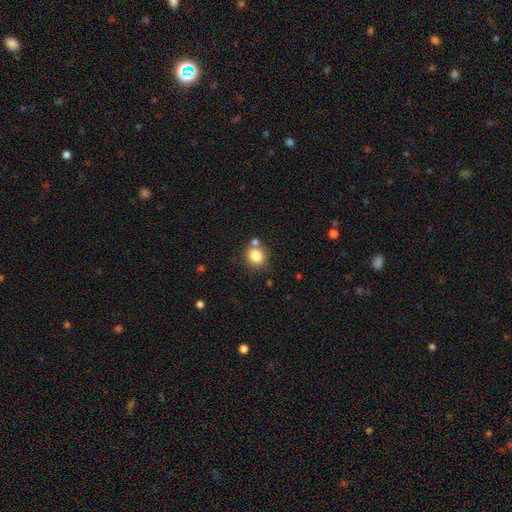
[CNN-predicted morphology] Smooth or featured?
  - smooth: 81% *
  - star or artifact: 11%
  - featured or disk: 8%
How rounded?
  - round: 85% *
  - in between: 14%
  - cigar-shaped: 1%
Merging?
  - none: 69% *
  - merger: 17%
  - minor disturbance: 10%
  - major disturbance: 3%